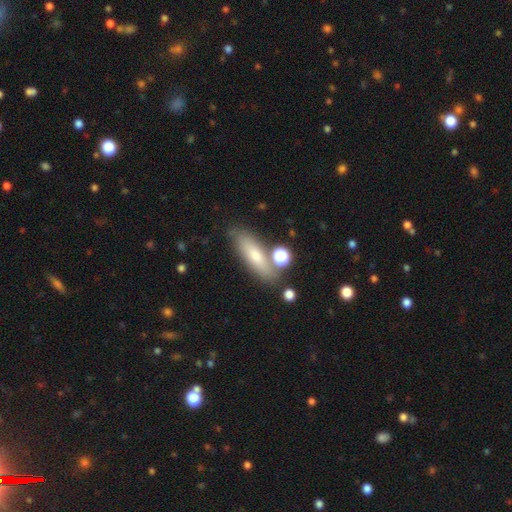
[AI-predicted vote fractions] This is likely a smooth galaxy (69%). How rounded: possibly cigar-shaped (49%). Merging: likely none (71%).